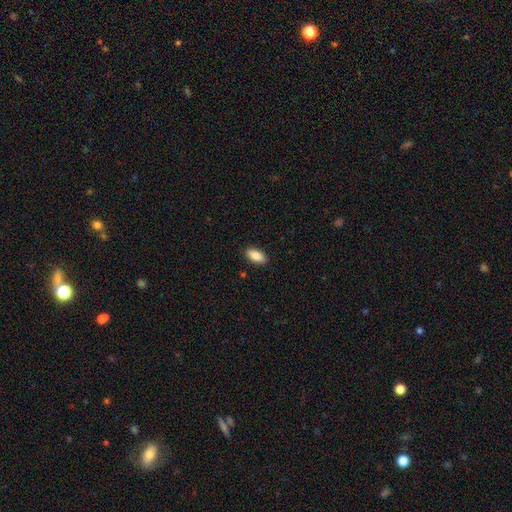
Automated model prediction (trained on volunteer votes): Smooth or featured: smooth — 88% (star or artifact — 7%)
How rounded: in between — 89% (cigar-shaped — 9%)
Merging: none — 89% (minor disturbance — 8%)